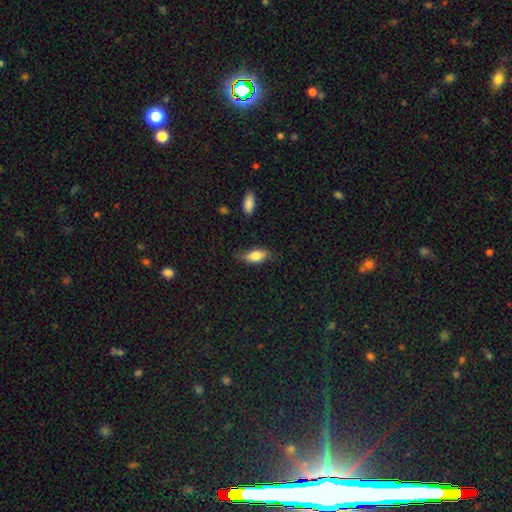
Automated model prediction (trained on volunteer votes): Overall: smooth (81%). How rounded: in between (85%). Merging: none (72%).